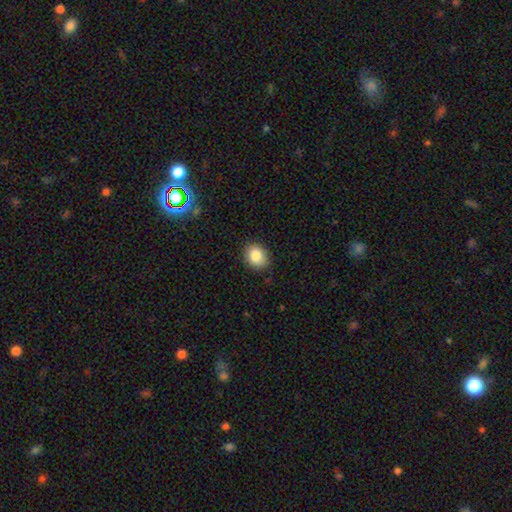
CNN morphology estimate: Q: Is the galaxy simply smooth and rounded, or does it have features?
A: smooth — 86%.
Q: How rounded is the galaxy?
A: round — 52%.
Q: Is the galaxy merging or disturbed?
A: none — 85%.